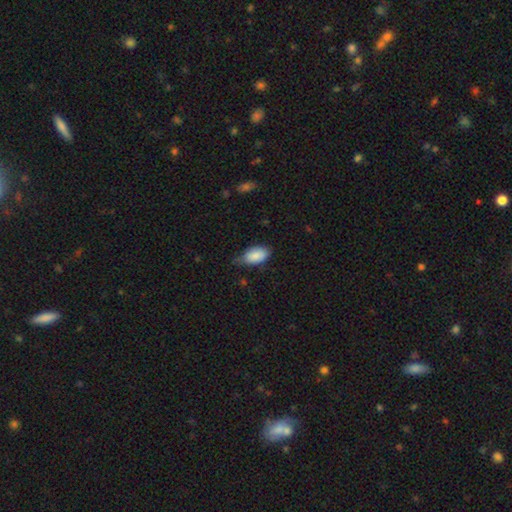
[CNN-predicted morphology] A smooth galaxy with no disk features (85%) that is in between round and cigar-shaped (93%).

Vote fractions:
- Smooth or featured? smooth: 85% / featured or disk: 8% / star or artifact: 7%
- How rounded? in between: 93% / round: 4% / cigar-shaped: 3%
- Merging? none: 51% / minor disturbance: 40% / major disturbance: 8% / merger: 2%